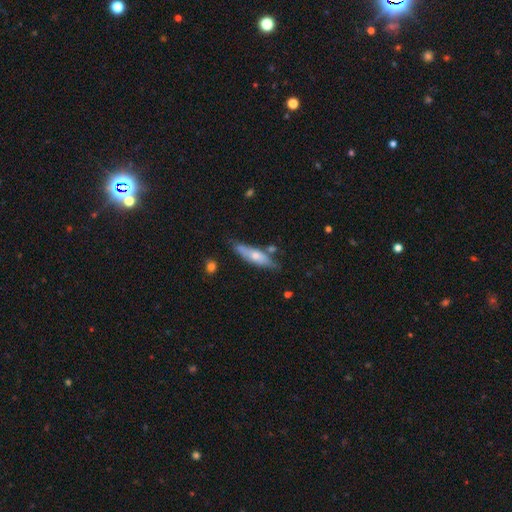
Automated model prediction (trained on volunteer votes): The model was most divided on "smooth or featured": smooth: 53%, featured or disk: 41%, star or artifact: 6%. More confident: merging — none (64%); how rounded — cigar-shaped (59%).